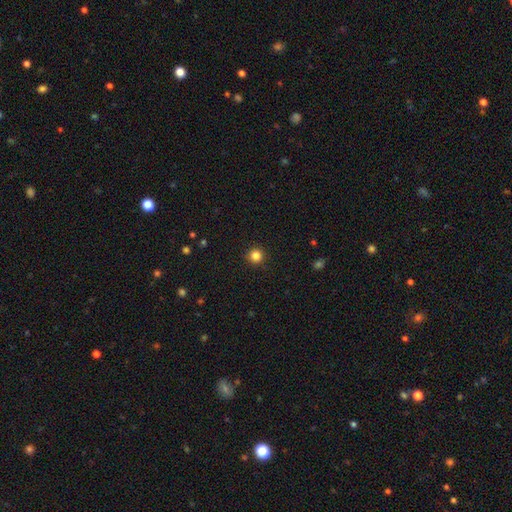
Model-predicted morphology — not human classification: Smooth or featured: smooth — 84% (star or artifact — 12%)
How rounded: round — 96% (in between — 3%)
Merging: none — 93% (minor disturbance — 5%)